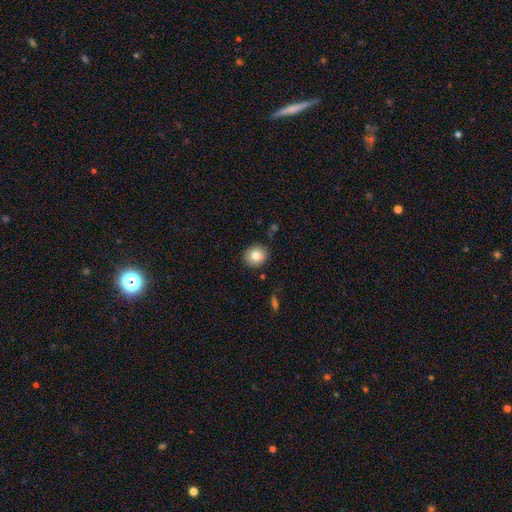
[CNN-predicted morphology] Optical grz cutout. It shows a smooth galaxy with no disk features (78%) that is round (84%). Merging: none (85%).